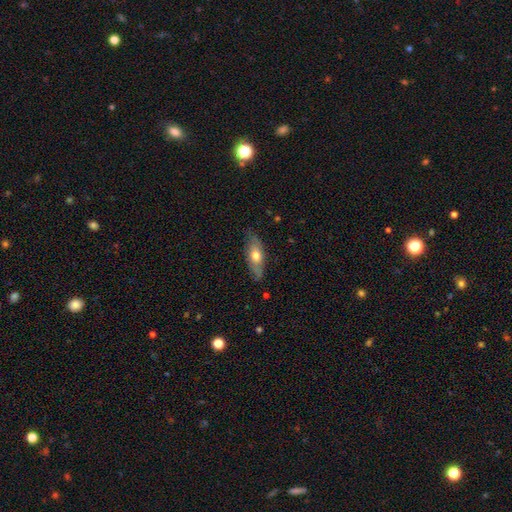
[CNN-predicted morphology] Smooth or featured? Predicted: smooth (p=0.58). How rounded? Predicted: in between (p=0.67). Merging? Predicted: none (p=0.77).